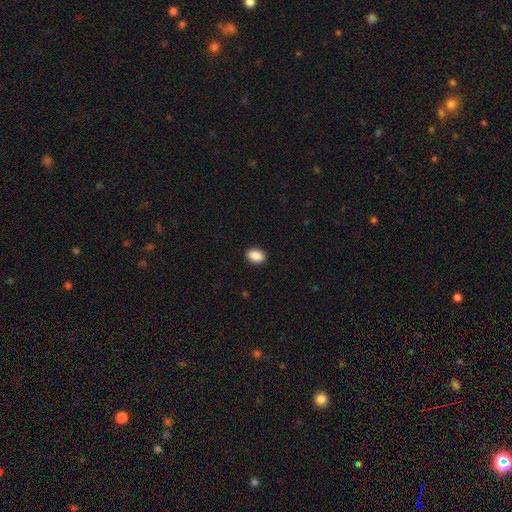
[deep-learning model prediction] Smooth or featured? Predicted: smooth (p=0.90). How rounded? Predicted: in between (p=0.82). Merging? Predicted: none (p=0.90).